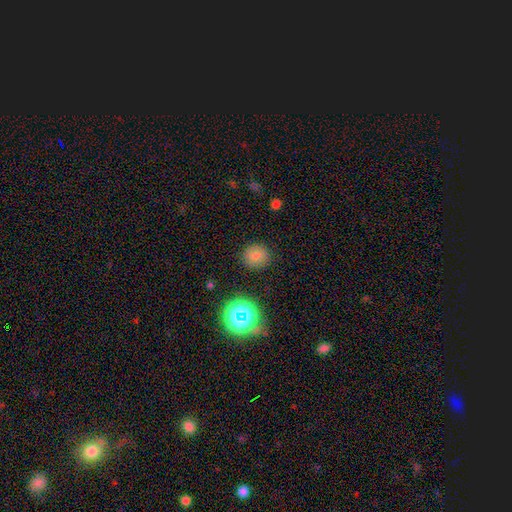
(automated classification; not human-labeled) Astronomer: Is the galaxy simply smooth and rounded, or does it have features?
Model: smooth — 75%.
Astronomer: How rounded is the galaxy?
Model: round — 85%.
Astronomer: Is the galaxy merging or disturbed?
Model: none — 88%.